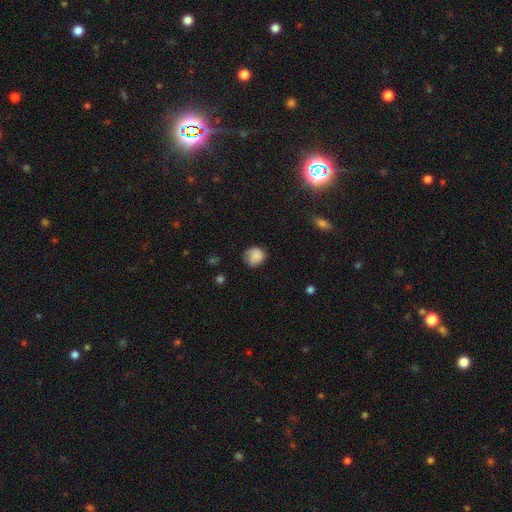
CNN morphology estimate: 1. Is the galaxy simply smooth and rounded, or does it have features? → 83% smooth, 9% featured or disk, 9% star or artifact.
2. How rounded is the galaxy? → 73% round, 26% in between, 1% cigar-shaped.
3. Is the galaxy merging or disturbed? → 63% none, 27% minor disturbance, 8% major disturbance, 2% merger.